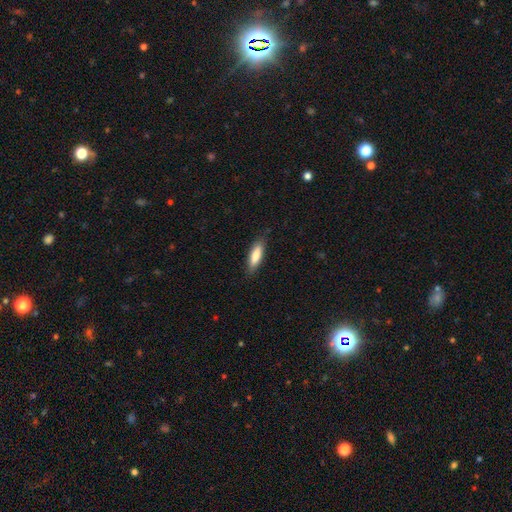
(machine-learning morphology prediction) A smooth galaxy with no disk features (80%) that is cigar-shaped (55%). Merging: none (84%).